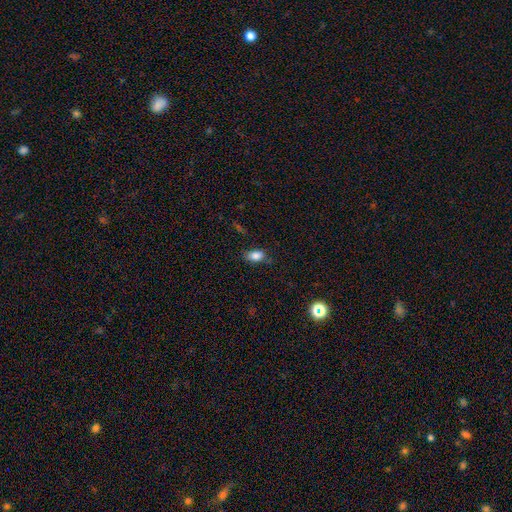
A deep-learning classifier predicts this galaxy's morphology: Q: Smooth or featured?
A: smooth (84%); runner-up: star or artifact (10%)
Q: How rounded?
A: in between (87%); runner-up: round (9%)
Q: Merging?
A: none (76%); runner-up: minor disturbance (18%)